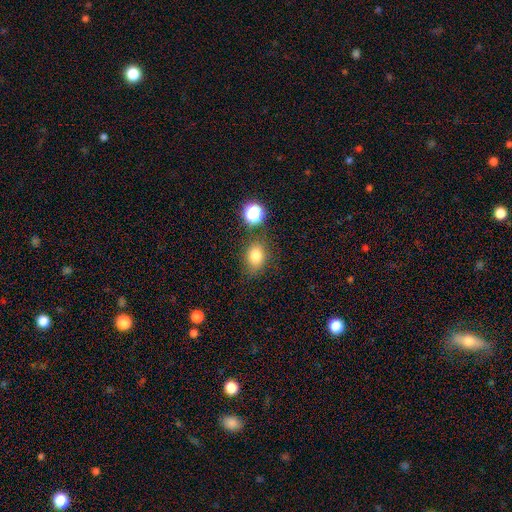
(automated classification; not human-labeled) This appears to be a smooth galaxy with no disk features (79%) that is in between round and cigar-shaped (60%). Merging: none (76%).